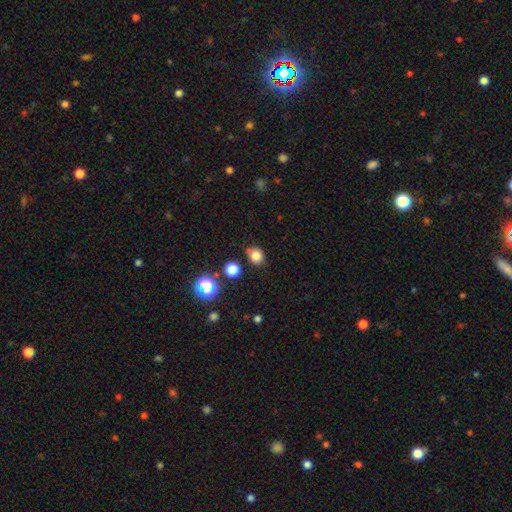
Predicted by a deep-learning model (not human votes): Q: Smooth or featured?
A: smooth (80%); runner-up: star or artifact (14%)
Q: How rounded?
A: round (68%); runner-up: in between (32%)
Q: Merging?
A: none (74%); runner-up: minor disturbance (16%)